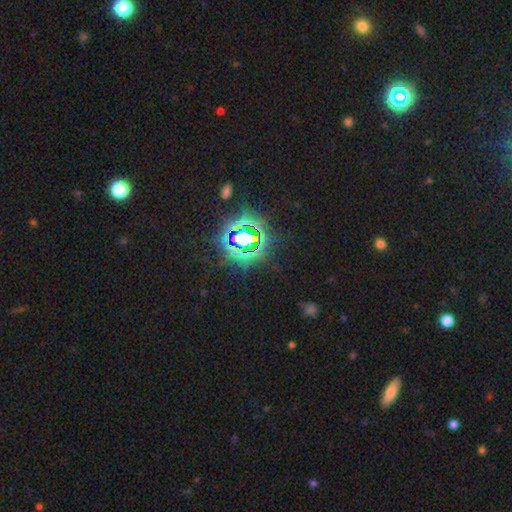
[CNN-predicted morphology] Overall: star or artifact (83%).